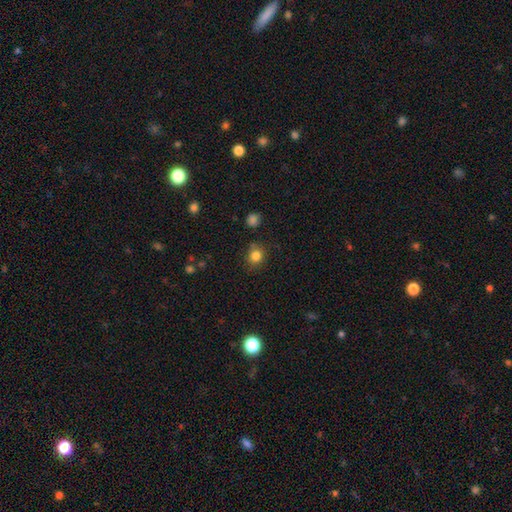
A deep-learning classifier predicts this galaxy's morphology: type=smooth (82%); roundness=round (78%); merging=none (80%).